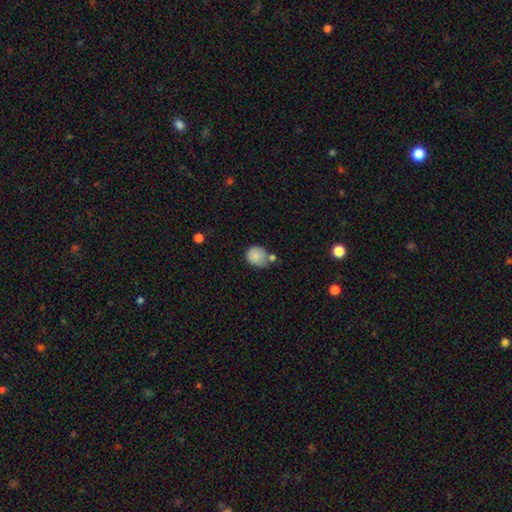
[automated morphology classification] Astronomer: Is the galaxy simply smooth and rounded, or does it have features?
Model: smooth — 85%.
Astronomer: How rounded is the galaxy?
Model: round — 76%.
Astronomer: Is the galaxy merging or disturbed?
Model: none — 53%.